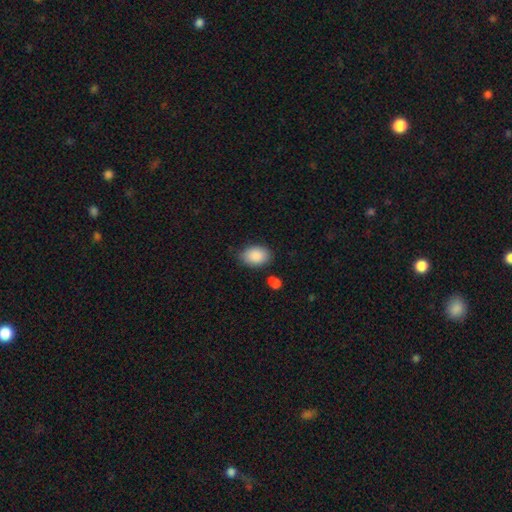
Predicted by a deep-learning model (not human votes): smooth_or_featured: smooth (p=0.89) [alt: star or artifact p=0.07]
how_rounded: in between (p=0.85) [alt: round p=0.14]
merging: none (p=0.78) [alt: minor disturbance p=0.15]